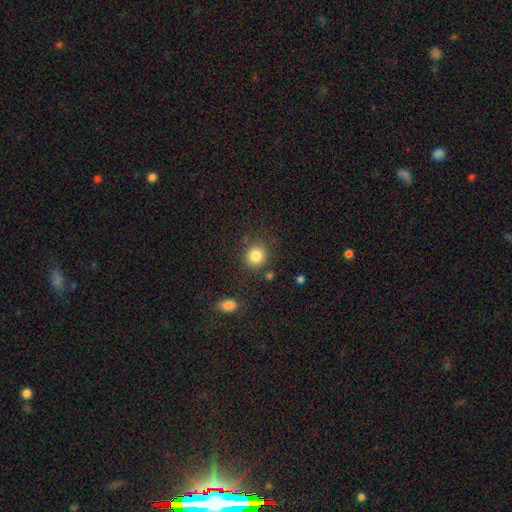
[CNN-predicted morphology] Smooth or featured? smooth (84%)
How rounded? round (87%)
Merging? none (83%)